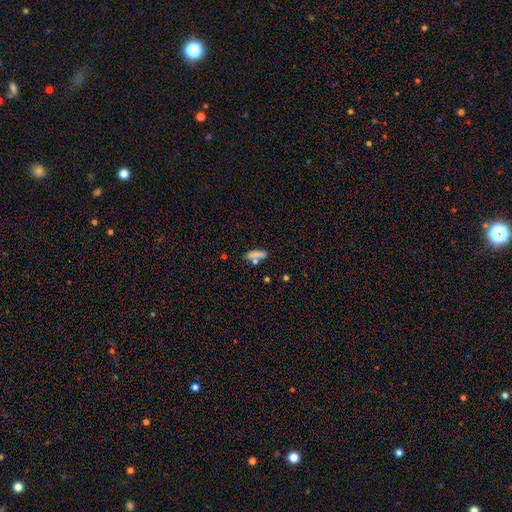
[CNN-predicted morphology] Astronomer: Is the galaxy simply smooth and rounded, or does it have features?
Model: smooth — 73%.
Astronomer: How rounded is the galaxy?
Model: in between — 49% (runner-up: cigar-shaped, 45%).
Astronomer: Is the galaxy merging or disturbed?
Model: none — 65%.